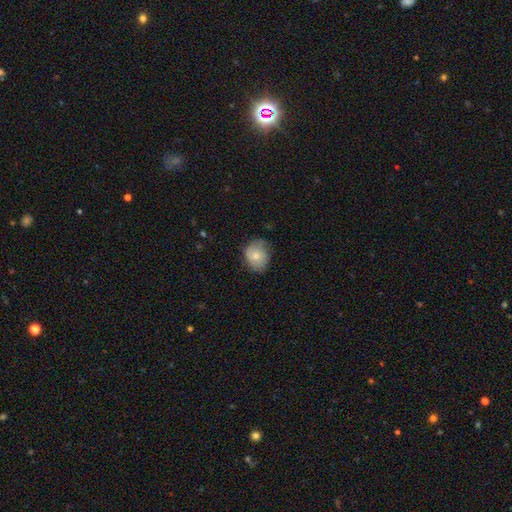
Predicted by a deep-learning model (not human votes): smooth-or-featured: smooth: 75% | featured or disk: 18% | star or artifact: 8%
  how-rounded: round: 61% | in between: 38% | cigar-shaped: 1%
  merging: none: 62% | minor disturbance: 30% | major disturbance: 7% | merger: 1%